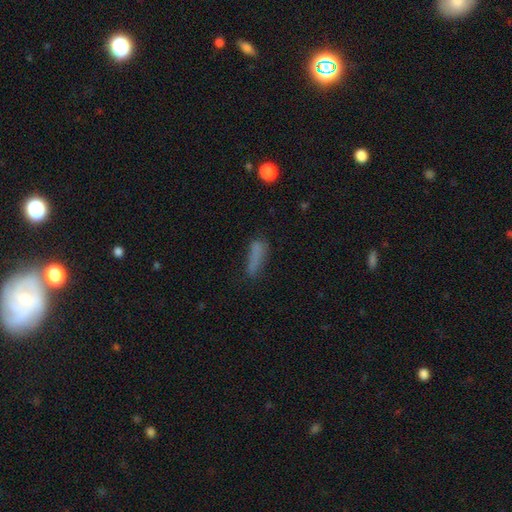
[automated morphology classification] The model was most divided on "how rounded": cigar-shaped: 65%, in between: 33%, round: 3%. More confident: smooth or featured — smooth (76%); merging — none (60%).